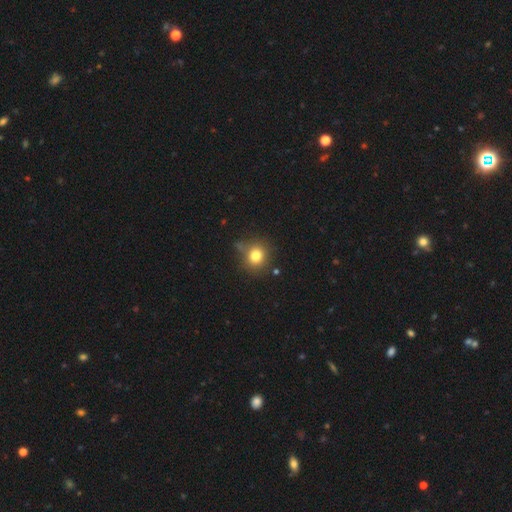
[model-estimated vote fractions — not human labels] A smooth galaxy with no disk features (79%) that is round (85%).

Vote fractions:
- Smooth or featured? smooth: 79% / star or artifact: 13% / featured or disk: 8%
- How rounded? round: 85% / in between: 14% / cigar-shaped: 1%
- Merging? none: 74% / minor disturbance: 16% / merger: 6% / major disturbance: 4%